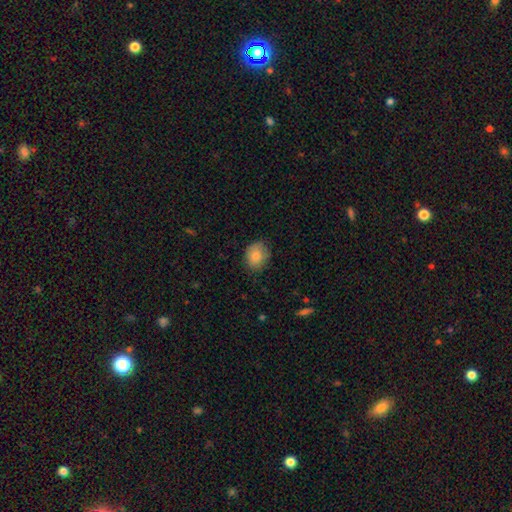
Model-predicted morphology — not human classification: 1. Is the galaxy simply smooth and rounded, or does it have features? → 85% smooth, 8% star or artifact, 8% featured or disk.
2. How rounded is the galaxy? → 57% round, 42% in between, 1% cigar-shaped.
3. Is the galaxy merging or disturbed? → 74% none, 20% minor disturbance, 4% major disturbance, 1% merger.